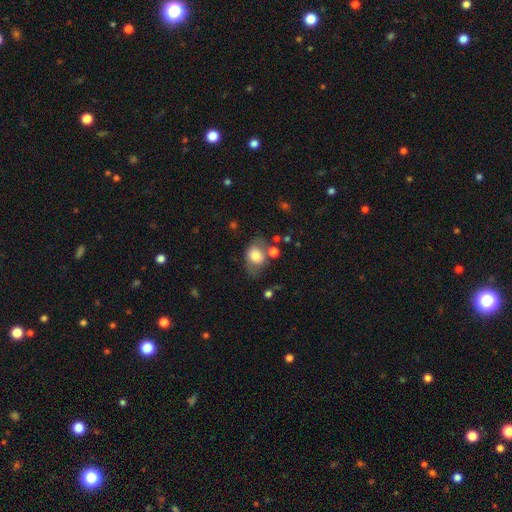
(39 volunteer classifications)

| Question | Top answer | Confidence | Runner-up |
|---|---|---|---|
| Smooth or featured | smooth | 69% | featured or disk (28%) |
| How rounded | in between | 74% | round (26%) |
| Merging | none | 71% | minor disturbance (18%) |